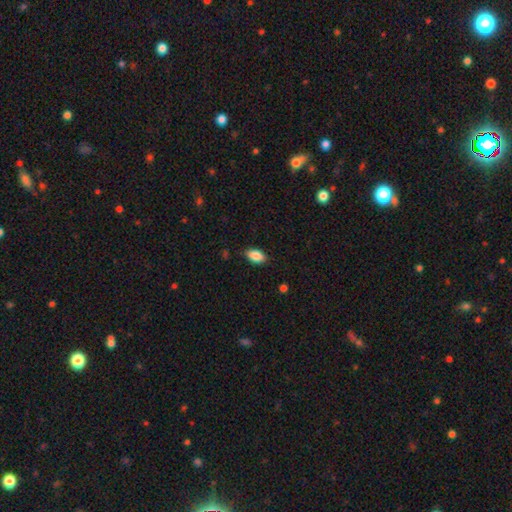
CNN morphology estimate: A smooth galaxy with no disk features (88%) that is in between round and cigar-shaped (92%).

Vote fractions:
- Smooth or featured? smooth: 88% / star or artifact: 7% / featured or disk: 5%
- How rounded? in between: 92% / round: 5% / cigar-shaped: 3%
- Merging? none: 85% / minor disturbance: 12% / major disturbance: 2% / merger: 1%